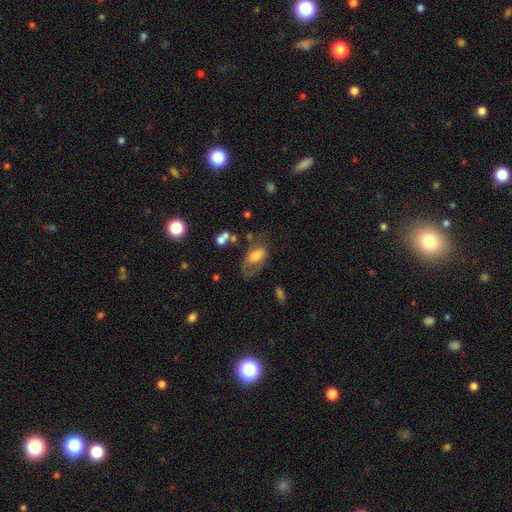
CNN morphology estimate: Smooth or featured? Predicted: smooth (p=0.51). How rounded? Predicted: in between (p=0.89). Merging? Predicted: none (p=0.37).